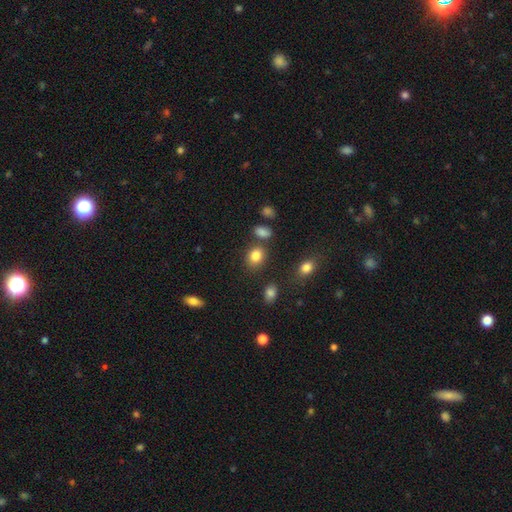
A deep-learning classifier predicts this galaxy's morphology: A smooth galaxy with no disk features (83%) that is in between round and cigar-shaped (53%). Merging: none (75%).